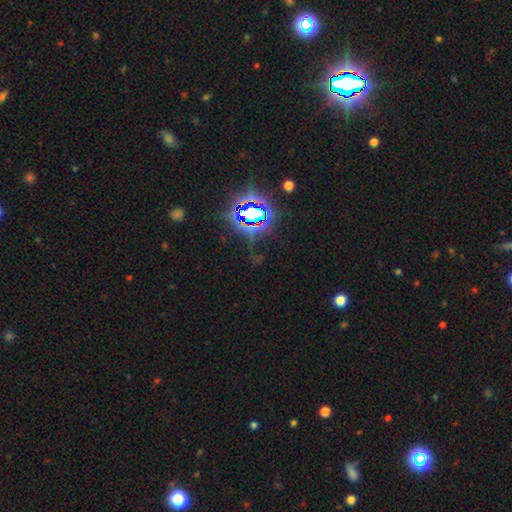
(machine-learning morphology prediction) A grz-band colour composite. It shows a star or artifact, not a galaxy (81%).